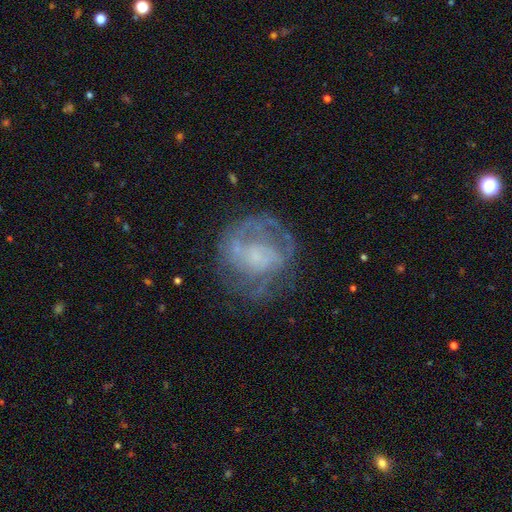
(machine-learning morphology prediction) This appears to be a featured or disk galaxy (74%) with no bar (67%), tight (46%) spiral arms (78%) and no central bulge (37%, tied with small). Merging: none (64%).